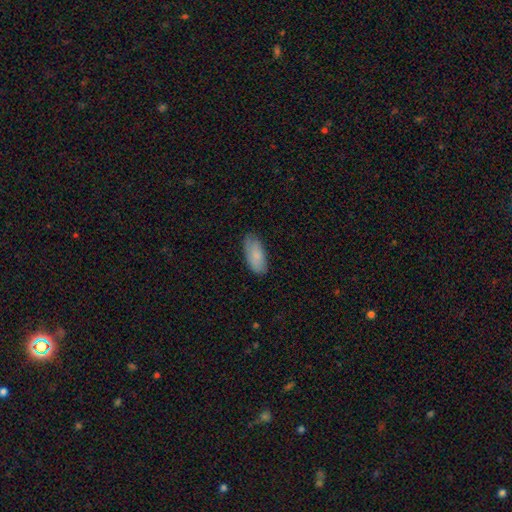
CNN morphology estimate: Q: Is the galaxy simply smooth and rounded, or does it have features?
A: smooth — 83%.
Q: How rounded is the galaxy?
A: in between — 87%.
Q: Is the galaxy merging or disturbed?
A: none — 76%.